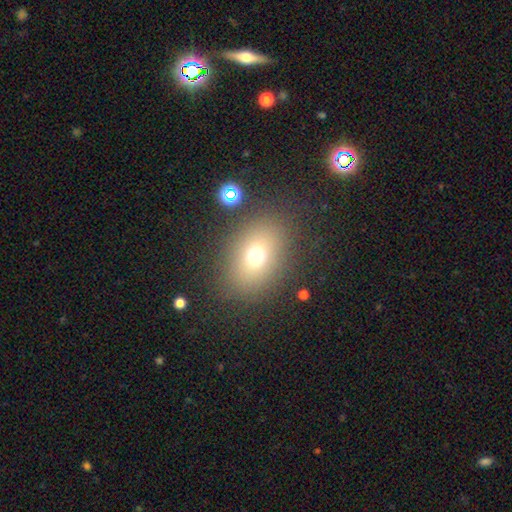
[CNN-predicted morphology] type=smooth (69%); roundness=in between (60%); merging=none (81%).